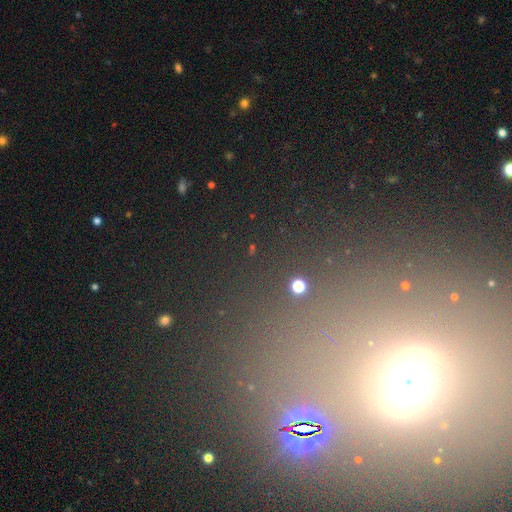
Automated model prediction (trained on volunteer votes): smooth_or_featured: star or artifact (p=0.63) [alt: smooth p=0.21]